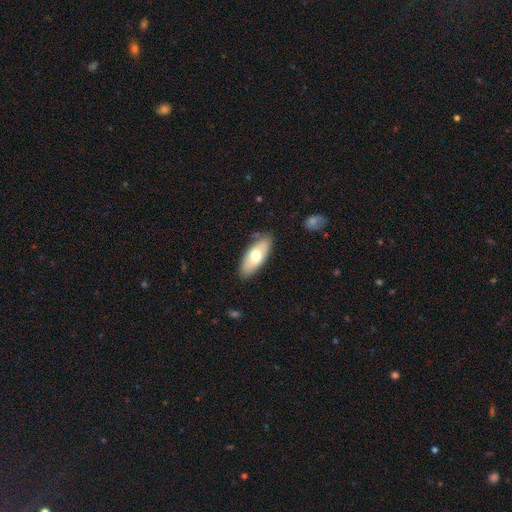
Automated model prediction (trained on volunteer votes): This appears to be a smooth galaxy with no disk features (66%) that is in between round and cigar-shaped (79%). Merging: none (84%).